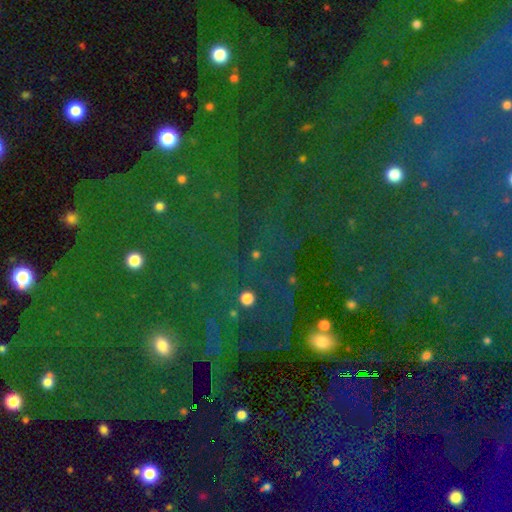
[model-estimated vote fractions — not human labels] Morphology: type=star or artifact (79%).